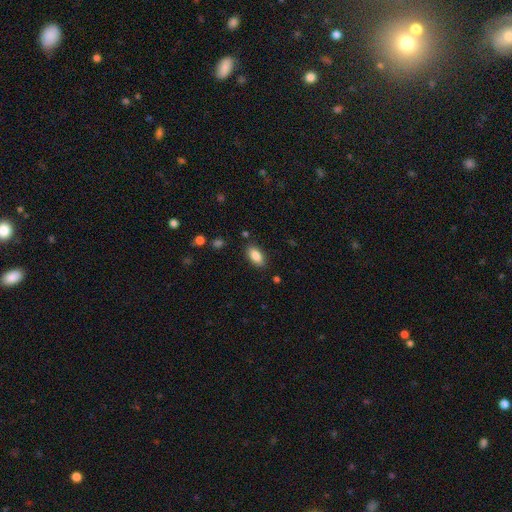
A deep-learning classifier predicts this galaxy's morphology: A smooth galaxy with no disk features (87%) that is in between round and cigar-shaped (91%).

Vote fractions:
- Smooth or featured? smooth: 87% / star or artifact: 7% / featured or disk: 5%
- How rounded? in between: 91% / cigar-shaped: 6% / round: 3%
- Merging? none: 86% / minor disturbance: 10% / major disturbance: 2% / merger: 2%